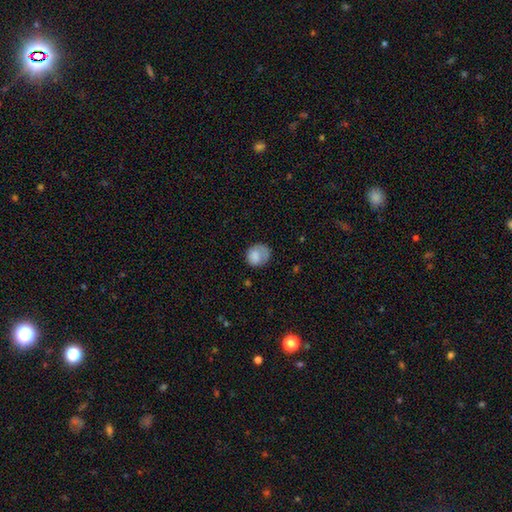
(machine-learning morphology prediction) Q: Smooth or featured?
A: smooth (78%); runner-up: featured or disk (15%)
Q: How rounded?
A: round (73%); runner-up: in between (26%)
Q: Merging?
A: none (54%); runner-up: minor disturbance (26%)